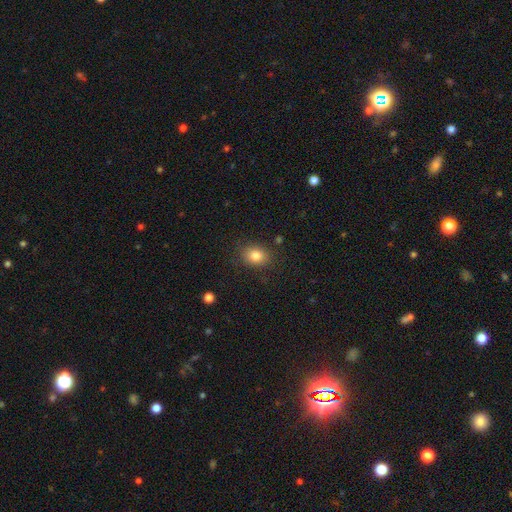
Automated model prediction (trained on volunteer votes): Smooth or featured?
  - smooth: 82% *
  - star or artifact: 11%
  - featured or disk: 8%
How rounded?
  - in between: 53% *
  - round: 46%
  - cigar-shaped: 1%
Merging?
  - none: 85% *
  - minor disturbance: 10%
  - major disturbance: 3%
  - merger: 2%